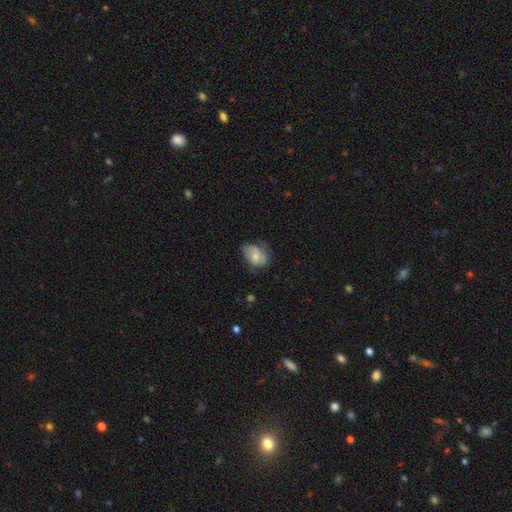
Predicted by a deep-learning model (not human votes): Smooth or featured? smooth (58%)
How rounded? in between (72%)
Merging? minor disturbance (38%, tied with none)